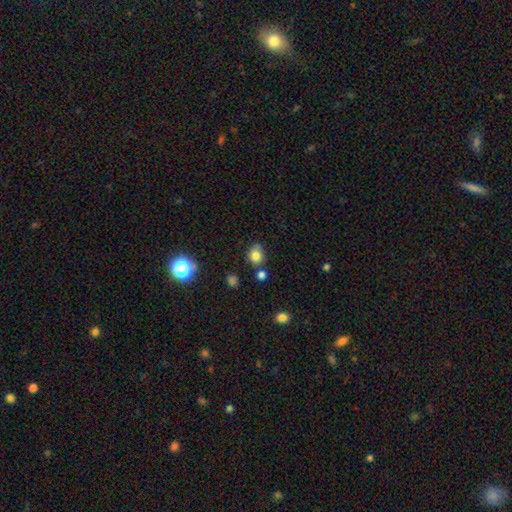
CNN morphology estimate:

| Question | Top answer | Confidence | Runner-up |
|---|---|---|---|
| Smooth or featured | smooth | 79% | star or artifact (13%) |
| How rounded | round | 63% | in between (36%) |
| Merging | none | 70% | minor disturbance (17%) |